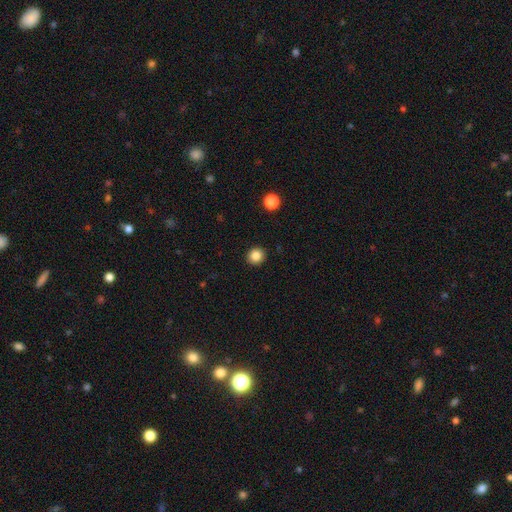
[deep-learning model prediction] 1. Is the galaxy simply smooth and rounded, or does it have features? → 85% smooth, 11% star or artifact, 4% featured or disk.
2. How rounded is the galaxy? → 90% round, 9% in between, 1% cigar-shaped.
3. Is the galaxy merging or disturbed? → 92% none, 5% minor disturbance, 2% major disturbance, 1% merger.